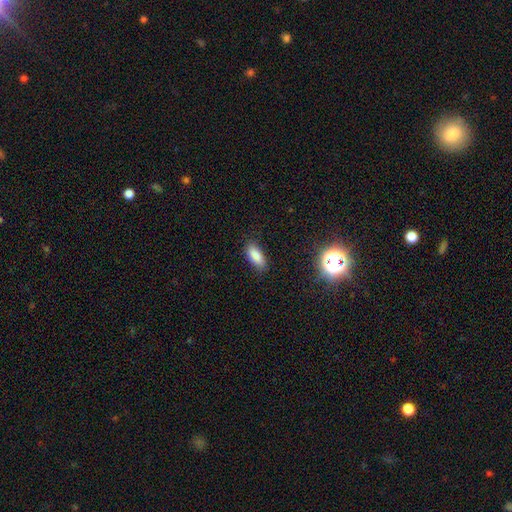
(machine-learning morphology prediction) Smooth or featured: smooth — 85% (star or artifact — 10%)
How rounded: in between — 84% (cigar-shaped — 13%)
Merging: none — 82% (minor disturbance — 14%)